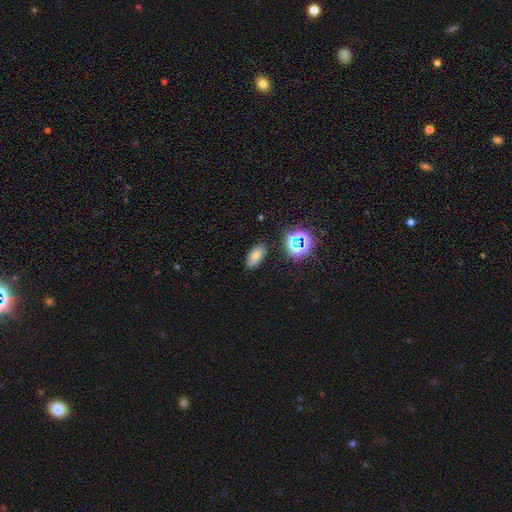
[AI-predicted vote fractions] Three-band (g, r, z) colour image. It shows a smooth galaxy with no disk features (72%) that is in between round and cigar-shaped (90%). Merging: none (84%).